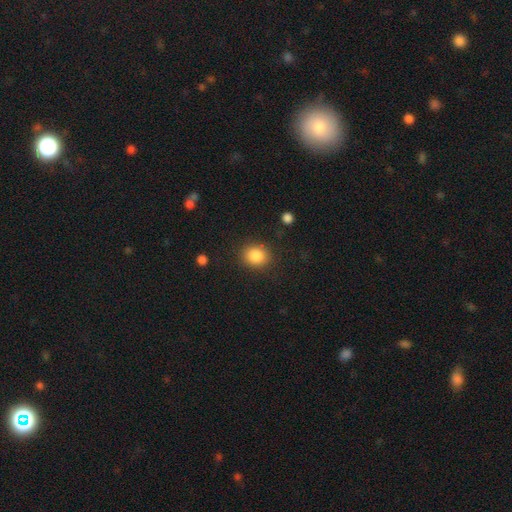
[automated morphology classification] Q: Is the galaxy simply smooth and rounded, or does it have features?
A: smooth — 86%.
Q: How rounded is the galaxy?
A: round — 73%.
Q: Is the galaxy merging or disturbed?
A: none — 87%.